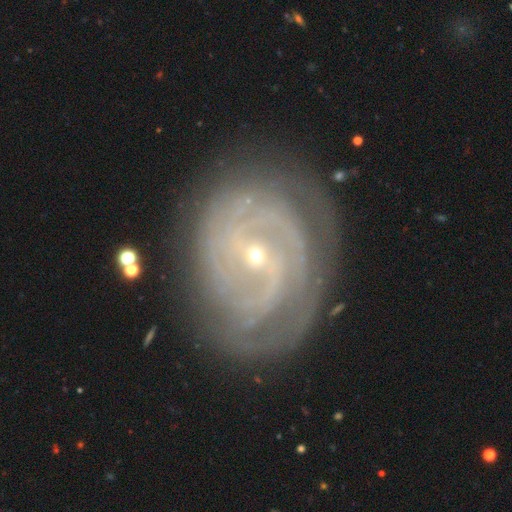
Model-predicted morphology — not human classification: A featured or disk galaxy (88%) with no bar (41%), 2 (27%) tight (69%) spiral arms (97%) and a small central bulge (85%). Merging: none (74%).